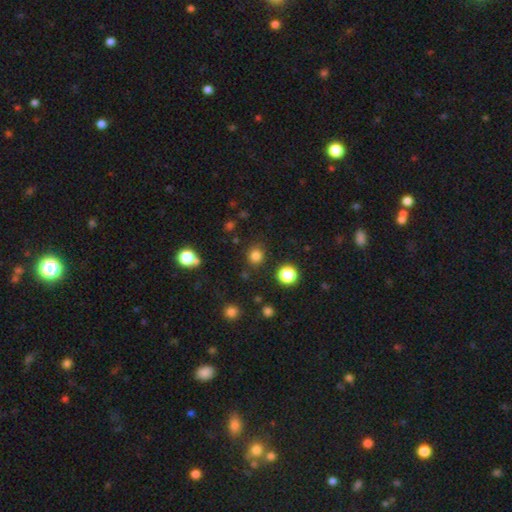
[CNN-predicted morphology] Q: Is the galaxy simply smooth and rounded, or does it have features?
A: smooth — 81%.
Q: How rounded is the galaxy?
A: round — 87%.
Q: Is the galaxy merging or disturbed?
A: none — 87%.